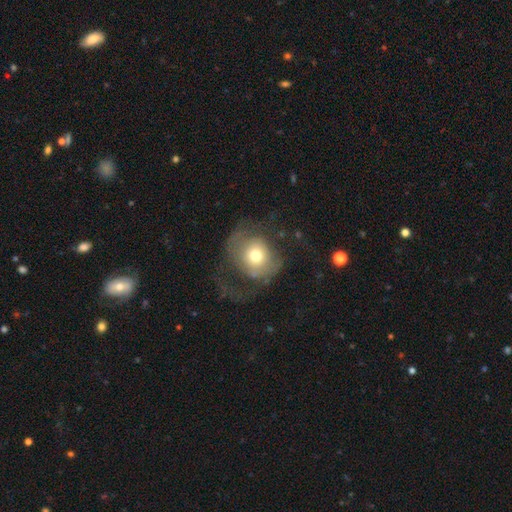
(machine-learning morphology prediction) This is possibly a smooth galaxy (55%). How rounded: likely round (78%). Merging: possibly major disturbance (48%).